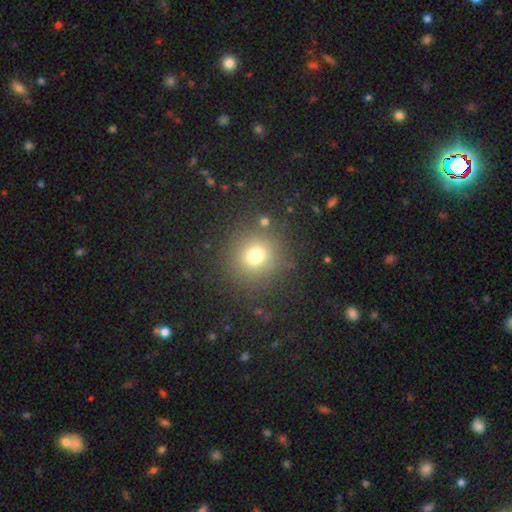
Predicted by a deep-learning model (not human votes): Smooth or featured? smooth (71%)
How rounded? round (91%)
Merging? none (85%)